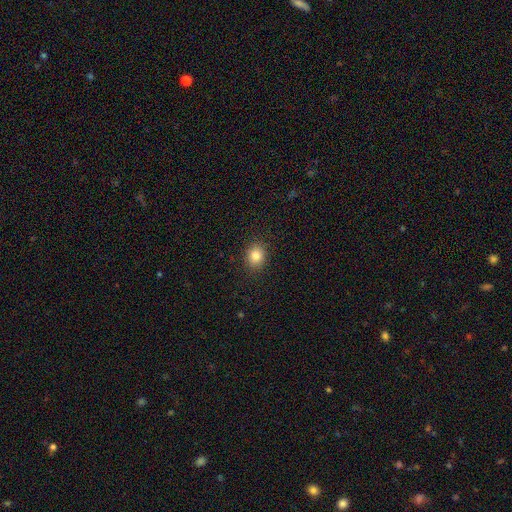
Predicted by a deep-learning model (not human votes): Smooth or featured?
  - smooth: 83% *
  - star or artifact: 10%
  - featured or disk: 6%
How rounded?
  - round: 62% *
  - in between: 38%
  - cigar-shaped: 1%
Merging?
  - none: 89% *
  - minor disturbance: 8%
  - major disturbance: 2%
  - merger: 1%